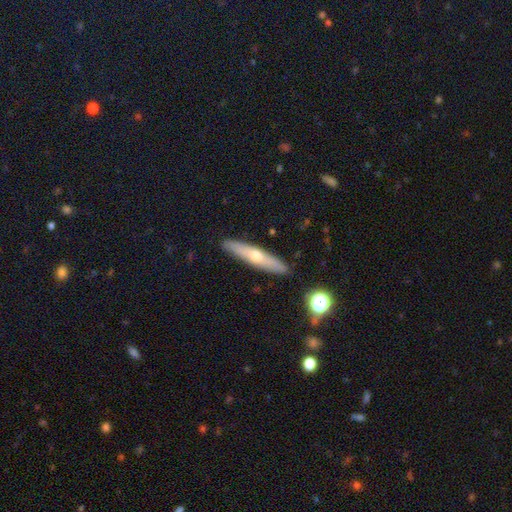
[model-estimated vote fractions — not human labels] Overall: featured or disk (50%; smooth 43%). Merging: none (90%).